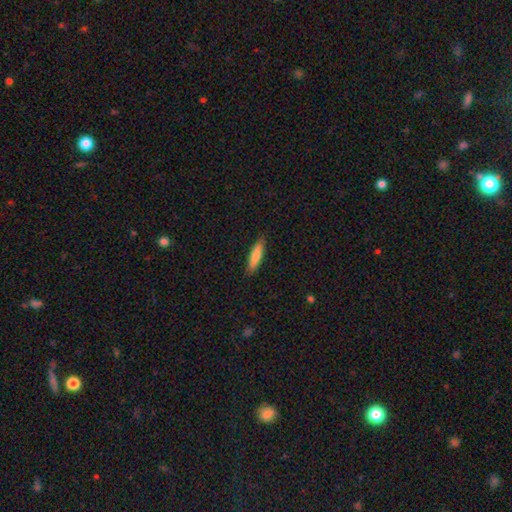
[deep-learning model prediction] Smooth or featured: smooth — 78% (featured or disk — 16%)
How rounded: cigar-shaped — 72% (in between — 26%)
Merging: none — 88% (minor disturbance — 9%)